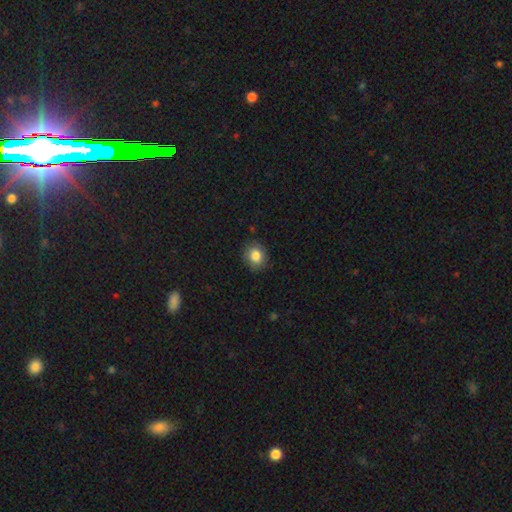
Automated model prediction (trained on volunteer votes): smooth 84%, star or artifact 9%, featured or disk 6%. Down the decision tree: how rounded — round (68%); merging — none (86%).